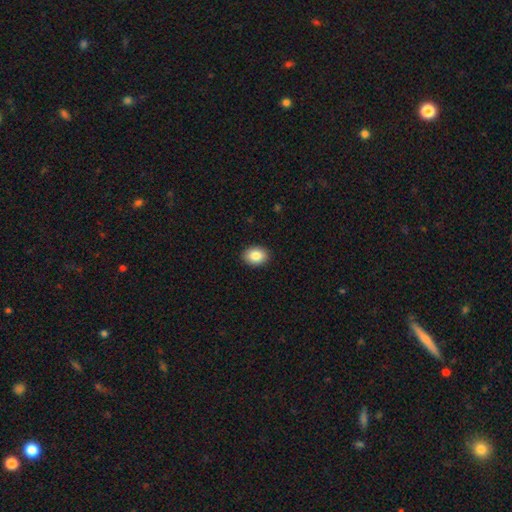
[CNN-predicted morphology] A smooth galaxy with no disk features (86%) that is in between round and cigar-shaped (64%). Merging: none (91%).